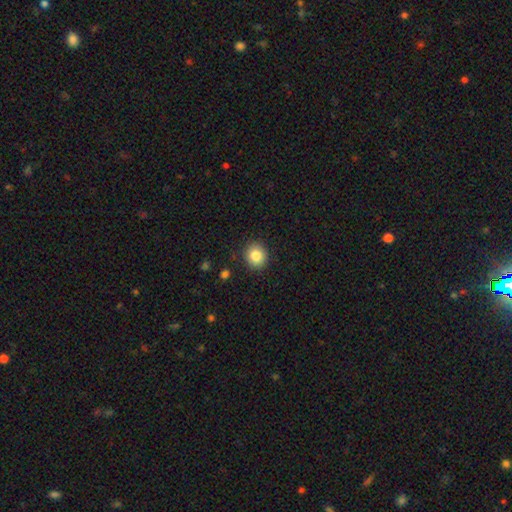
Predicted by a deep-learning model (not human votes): Smooth or featured: smooth — 84% (star or artifact — 9%)
How rounded: round — 82% (in between — 17%)
Merging: none — 90% (minor disturbance — 7%)